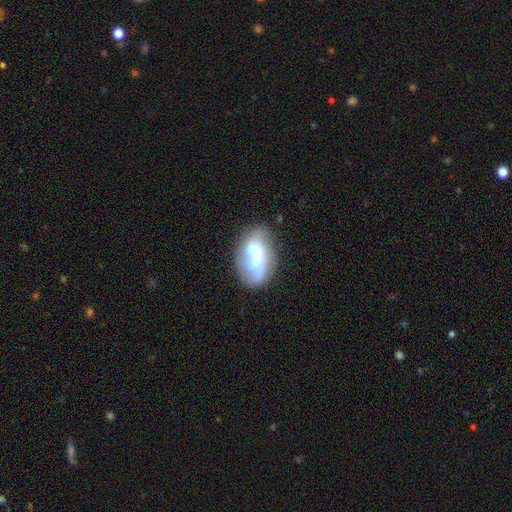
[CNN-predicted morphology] The model was most divided on "smooth or featured": featured or disk: 49%, smooth: 42%, star or artifact: 9%. Remaining: merging — none (44%).